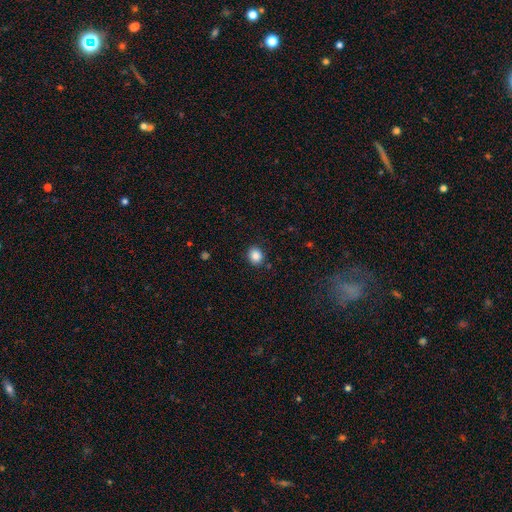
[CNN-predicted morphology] This is clearly a smooth galaxy (86%). How rounded: likely round (74%). Merging: clearly none (88%).